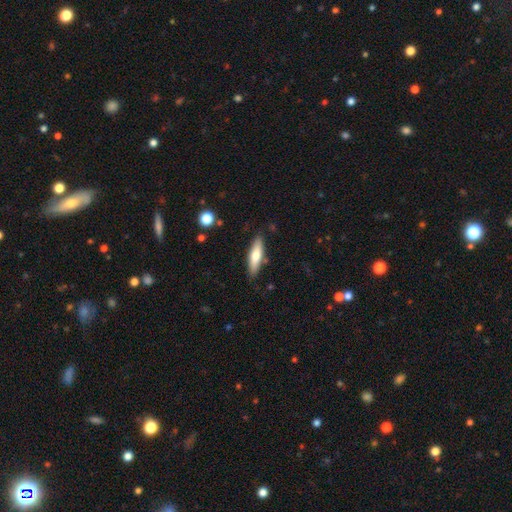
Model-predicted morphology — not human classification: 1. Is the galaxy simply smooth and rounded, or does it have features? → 66% smooth, 28% featured or disk, 6% star or artifact.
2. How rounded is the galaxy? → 62% cigar-shaped, 36% in between, 2% round.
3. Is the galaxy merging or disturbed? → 84% none, 11% minor disturbance, 3% merger, 2% major disturbance.